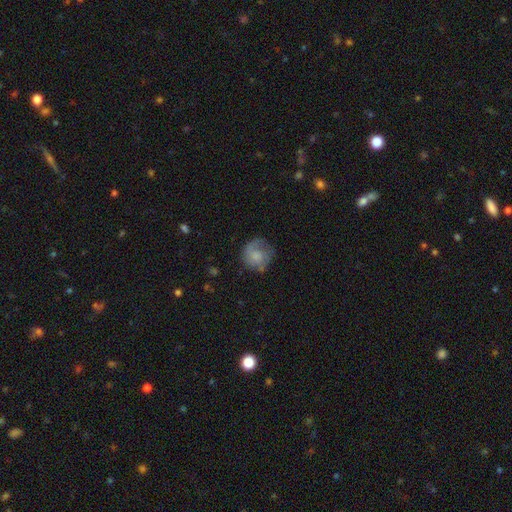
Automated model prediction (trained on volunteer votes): Q: Smooth or featured?
A: smooth (56%); runner-up: featured or disk (36%)
Q: How rounded?
A: round (86%); runner-up: in between (13%)
Q: Merging?
A: none (60%); runner-up: minor disturbance (23%)